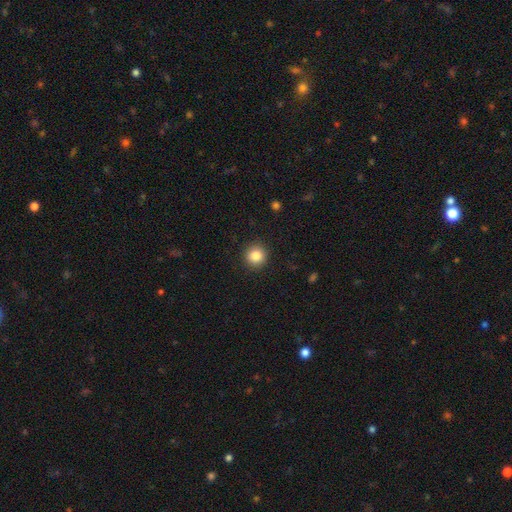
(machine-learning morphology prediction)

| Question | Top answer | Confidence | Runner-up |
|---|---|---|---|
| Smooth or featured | smooth | 85% | star or artifact (10%) |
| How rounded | round | 92% | in between (7%) |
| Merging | none | 91% | minor disturbance (6%) |